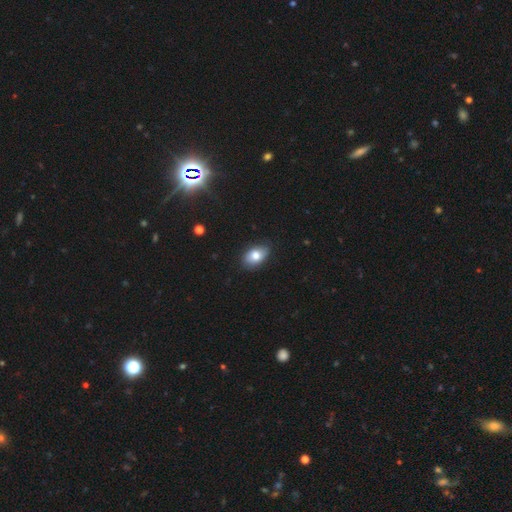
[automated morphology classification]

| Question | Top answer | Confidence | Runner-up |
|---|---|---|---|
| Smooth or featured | smooth | 78% | featured or disk (14%) |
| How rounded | in between | 88% | round (10%) |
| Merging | none | 81% | minor disturbance (16%) |